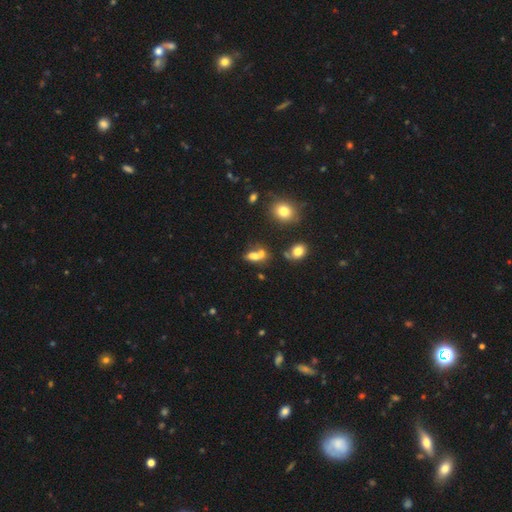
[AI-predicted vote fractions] Morphology: type=smooth (66%); roundness=in between (70%); merging=merger (51%).